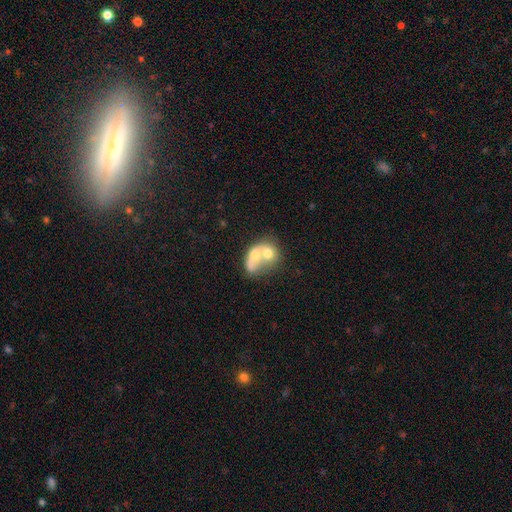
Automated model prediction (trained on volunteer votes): smooth-or-featured: smooth: 56% | featured or disk: 35% | star or artifact: 8%
  how-rounded: in between: 62% | round: 37% | cigar-shaped: 2%
  merging: merger: 76% | none: 10% | major disturbance: 8% | minor disturbance: 6%